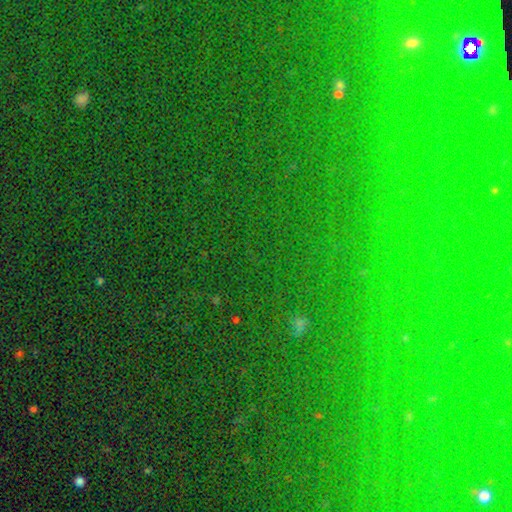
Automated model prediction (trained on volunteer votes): smooth_or_featured: star or artifact (p=0.80) [alt: smooth p=0.12]